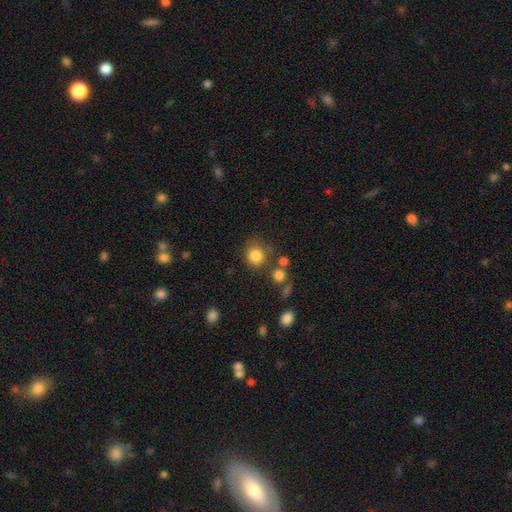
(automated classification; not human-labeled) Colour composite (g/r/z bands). It shows a smooth galaxy with no disk features (83%) that is round (83%). Merging: none (72%).